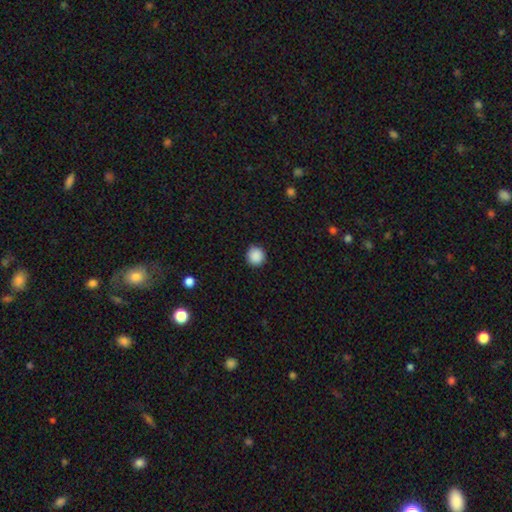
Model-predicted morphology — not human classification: Smooth or featured? Predicted: smooth (p=0.89). How rounded? Predicted: round (p=0.95). Merging? Predicted: none (p=0.92).